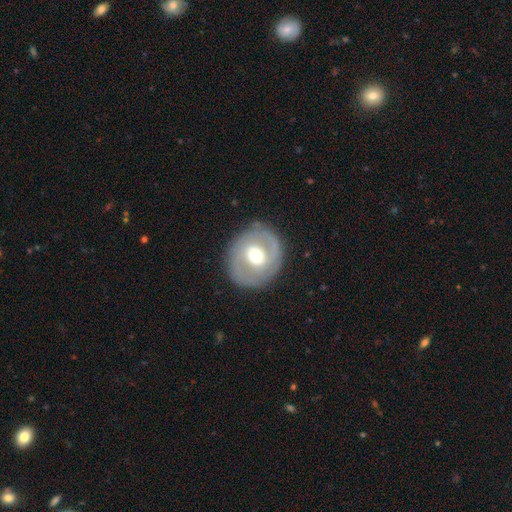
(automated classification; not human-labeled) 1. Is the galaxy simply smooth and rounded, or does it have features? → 61% featured or disk, 33% smooth, 6% star or artifact.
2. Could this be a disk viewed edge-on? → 96% no, 4% yes.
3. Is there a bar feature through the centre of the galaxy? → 53% no, 34% weak, 12% strong.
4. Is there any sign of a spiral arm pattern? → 56% yes, 44% no.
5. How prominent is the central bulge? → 70% moderate, 14% large, 13% small, 1% dominant, 1% none.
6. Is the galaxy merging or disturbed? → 83% none, 11% minor disturbance, 5% major disturbance, 1% merger.